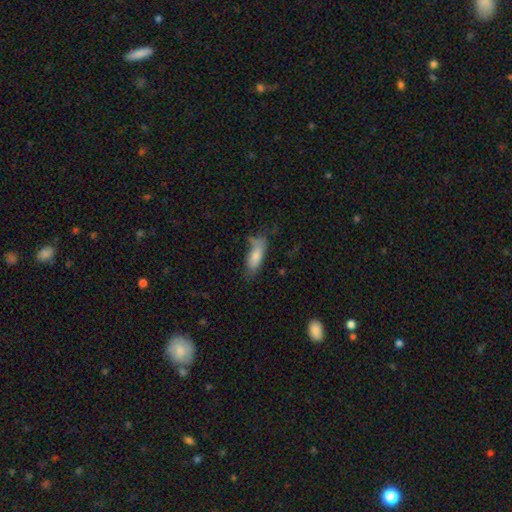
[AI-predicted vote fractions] smooth_or_featured: smooth (p=0.77) [alt: featured or disk p=0.16]
how_rounded: in between (p=0.65) [alt: cigar-shaped p=0.33]
merging: none (p=0.49) [alt: minor disturbance p=0.30]